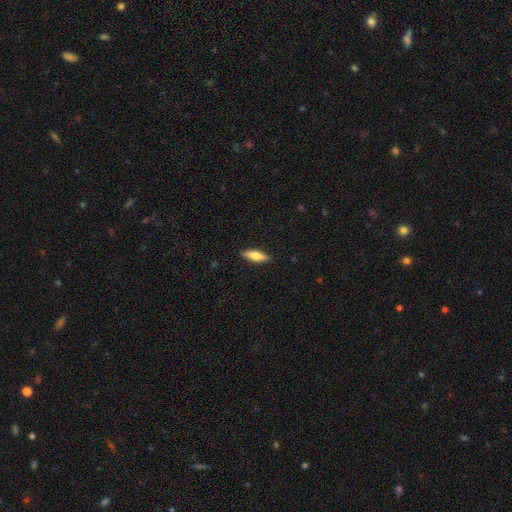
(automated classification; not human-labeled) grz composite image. It shows a smooth galaxy with no disk features (63%) that is cigar-shaped (51%). Merging: none (89%).